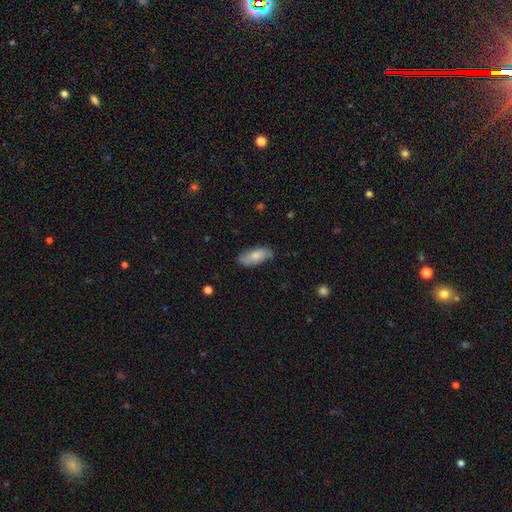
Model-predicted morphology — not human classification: type=smooth (77%); roundness=in between (85%); merging=none (76%).